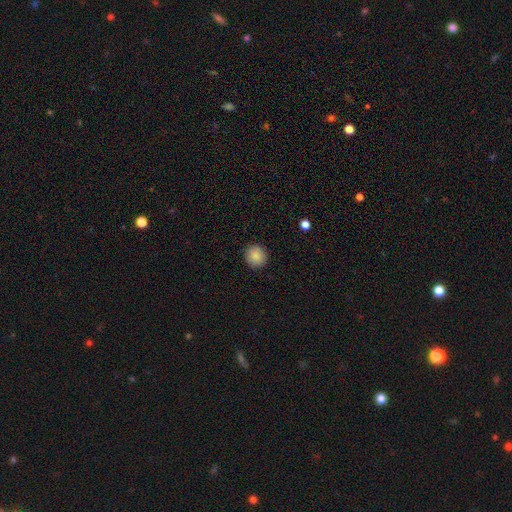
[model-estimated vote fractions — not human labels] Q: Smooth or featured?
A: smooth (88%); runner-up: star or artifact (8%)
Q: How rounded?
A: round (93%); runner-up: in between (6%)
Q: Merging?
A: none (92%); runner-up: minor disturbance (5%)